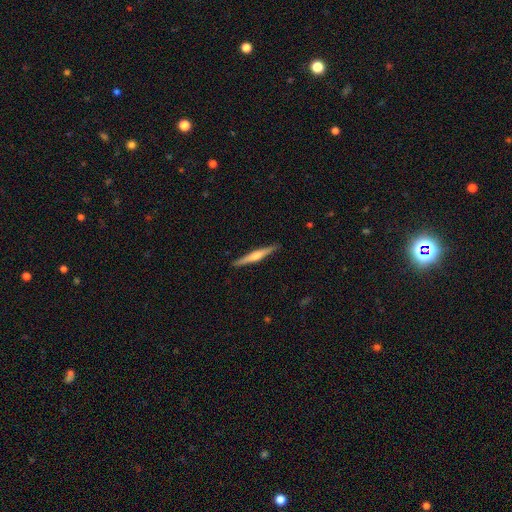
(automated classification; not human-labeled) Smooth or featured? featured or disk (69%)
Edge-on disk? yes (98%)
Edge-on bulge? rounded (78%)
Merging? none (91%)